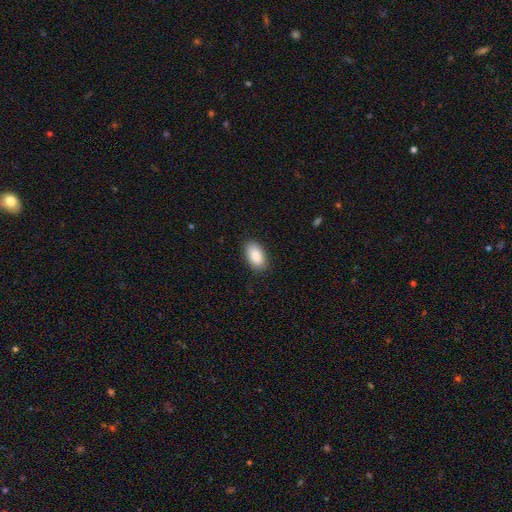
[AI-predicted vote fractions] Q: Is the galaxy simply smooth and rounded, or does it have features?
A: smooth — 85%.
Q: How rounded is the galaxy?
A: in between — 94%.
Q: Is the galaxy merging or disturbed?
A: none — 88%.